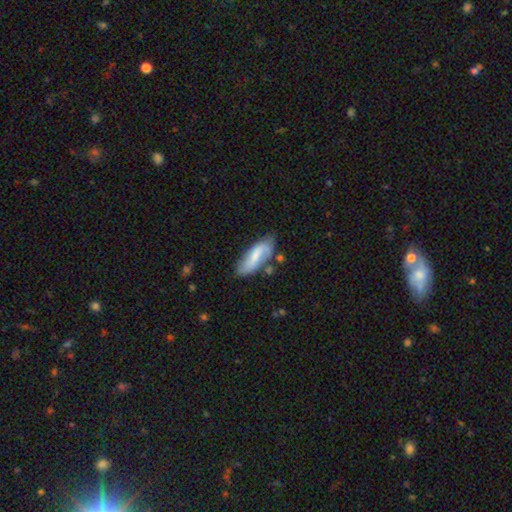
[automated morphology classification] This appears to be a smooth galaxy with no disk features (52%) that is in between round and cigar-shaped (71%). Merging: none (64%).